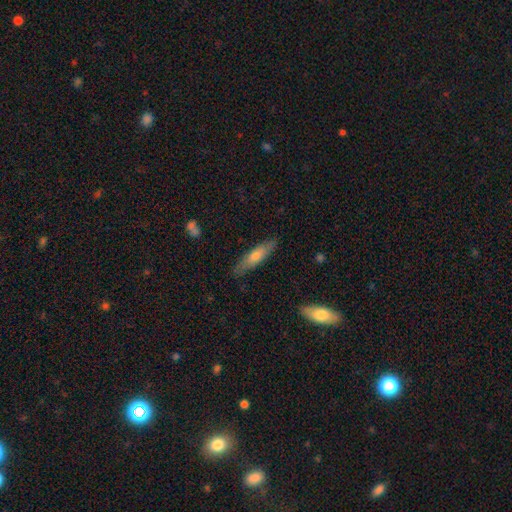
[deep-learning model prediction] Smooth or featured? smooth (53%)
How rounded? cigar-shaped (79%)
Merging? none (86%)